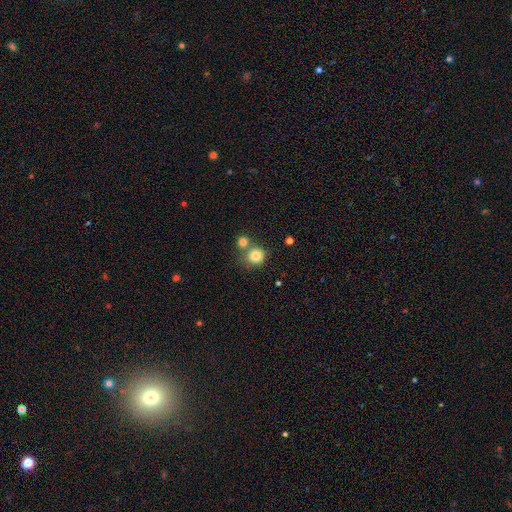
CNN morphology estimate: smooth_or_featured: smooth (p=0.82) [alt: star or artifact p=0.11]
how_rounded: round (p=0.86) [alt: in between p=0.13]
merging: none (p=0.55) [alt: merger p=0.32]